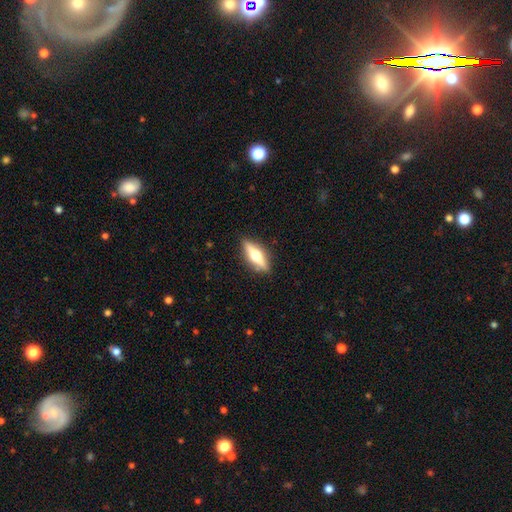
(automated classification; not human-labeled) This is possibly a featured or disk galaxy (59%). It is clearly viewed edge-on (93%). Edge-on bulge: clearly rounded (94%). Merging: clearly none (89%).